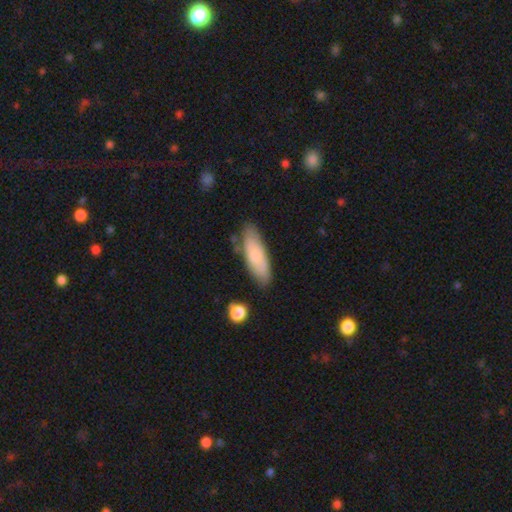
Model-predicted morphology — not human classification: Smooth or featured? Predicted: smooth (p=0.75). How rounded? Predicted: in between (p=0.56). Merging? Predicted: none (p=0.78).